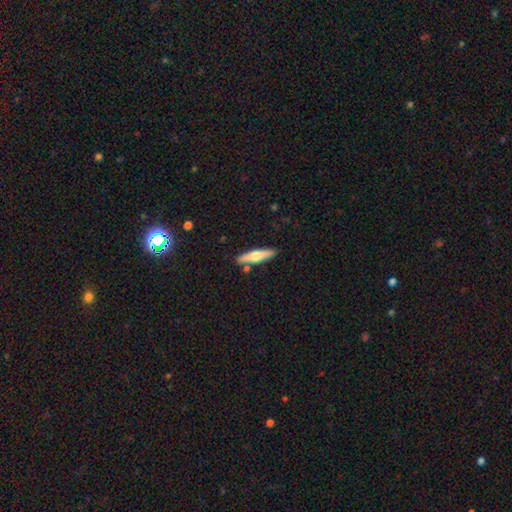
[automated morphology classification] smooth-or-featured: smooth: 52% | featured or disk: 43% | star or artifact: 5%
  how-rounded: cigar-shaped: 79% | in between: 19% | round: 2%
  merging: none: 85% | minor disturbance: 9% | merger: 4% | major disturbance: 2%